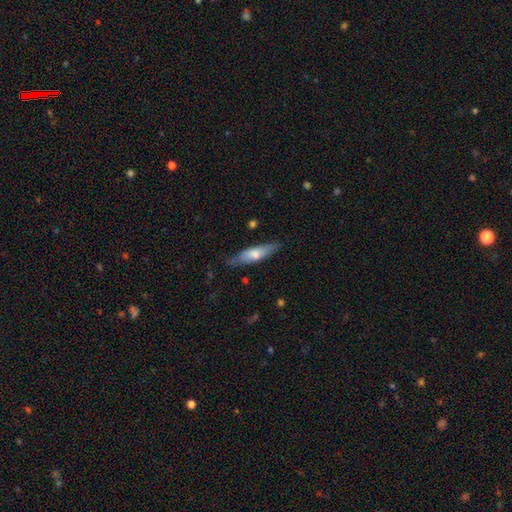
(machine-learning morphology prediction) Smooth or featured?
  - smooth: 58% *
  - featured or disk: 37%
  - star or artifact: 6%
How rounded?
  - cigar-shaped: 69% *
  - in between: 29%
  - round: 2%
Merging?
  - none: 80% *
  - minor disturbance: 15%
  - major disturbance: 3%
  - merger: 1%